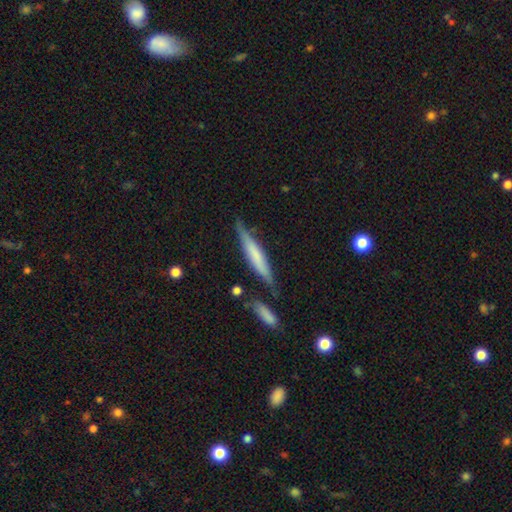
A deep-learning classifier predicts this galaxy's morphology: Smooth or featured? Predicted: smooth (p=0.54). How rounded? Predicted: cigar-shaped (p=0.91). Merging? Predicted: none (p=0.71).